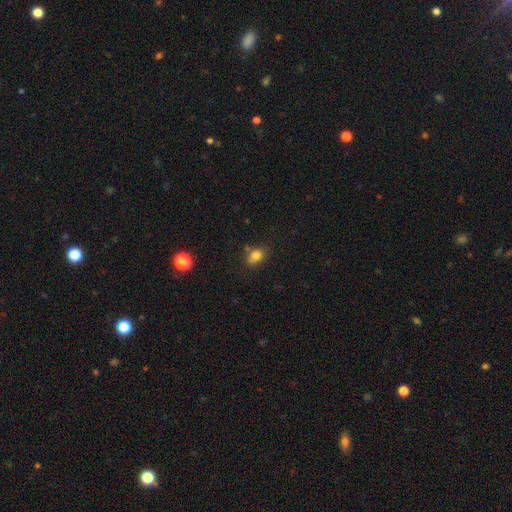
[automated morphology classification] Overall: smooth (79%). How rounded: in between (60%; round 38%). Merging: none (62%).